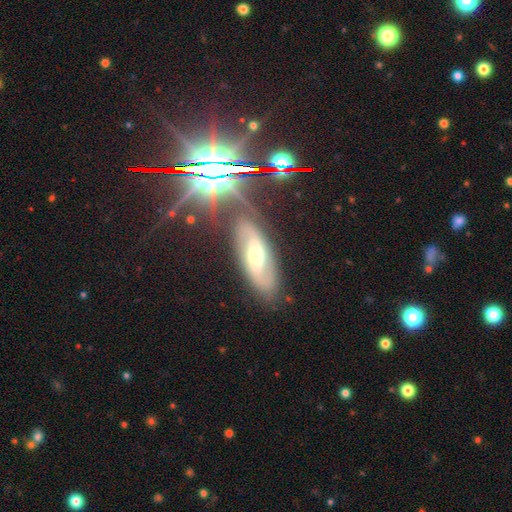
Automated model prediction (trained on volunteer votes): smooth_or_featured: featured or disk (p=0.58) [alt: star or artifact p=0.23]
disk_edge_on: no (p=0.81) [alt: yes p=0.19]
merging: none (p=0.76) [alt: minor disturbance p=0.15]